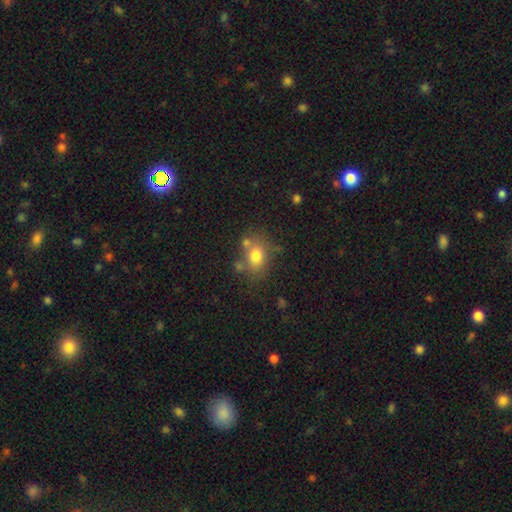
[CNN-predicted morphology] type=smooth (75%); roundness=in between (51%); merging=none (61%).